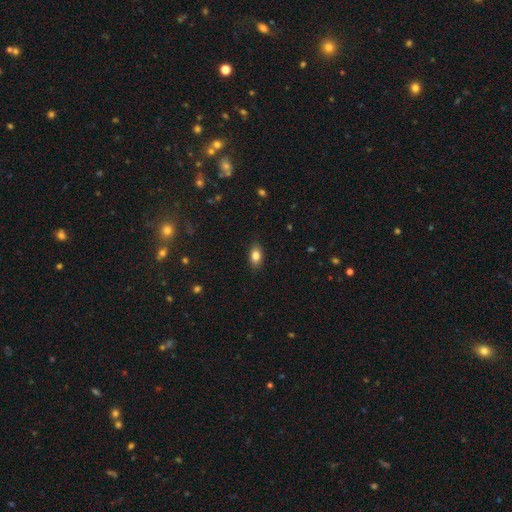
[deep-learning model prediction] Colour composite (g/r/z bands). It shows a smooth galaxy with no disk features (83%) that is in between round and cigar-shaped (87%). Merging: none (87%).